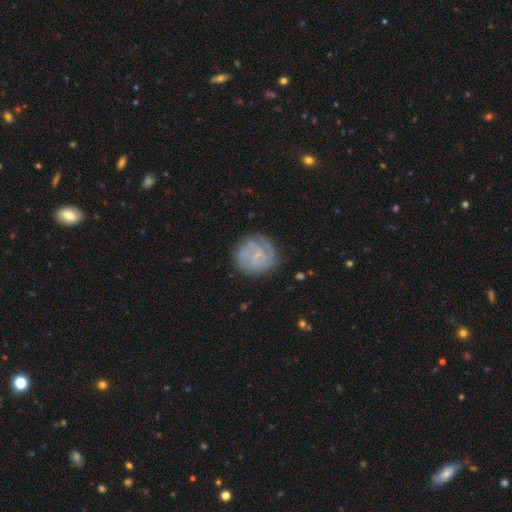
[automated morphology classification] smooth-or-featured: featured or disk: 69% | smooth: 24% | star or artifact: 7%
  disk-edge-on: no: 98% | yes: 2%
    bar: no: 51% | weak: 41% | strong: 8%
    has-spiral-arms: yes: 89% | no: 11%
      spiral-winding: tight: 62% | medium: 30% | loose: 9%
      spiral-arm-count: can't tell: 34% | 2: 31% | 3: 18% | 4: 6% | 1: 6% | more than 4: 5%
    bulge-size: small: 66% | none: 21% | moderate: 11% | large: 1% | dominant: 1%
  merging: none: 76% | minor disturbance: 16% | major disturbance: 6% | merger: 2%